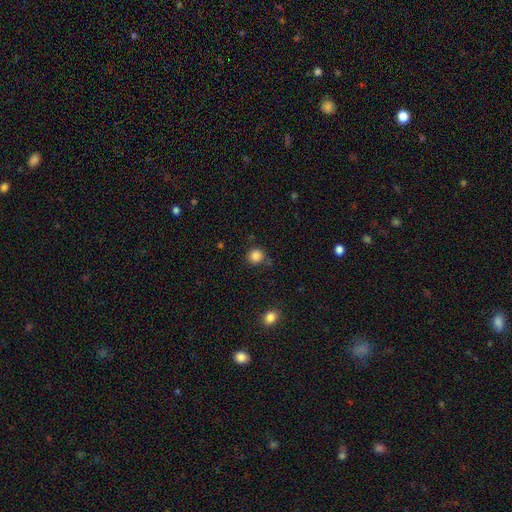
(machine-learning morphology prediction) smooth 85%, star or artifact 11%, featured or disk 4%. Down the decision tree: how rounded — round (92%); merging — none (77%).